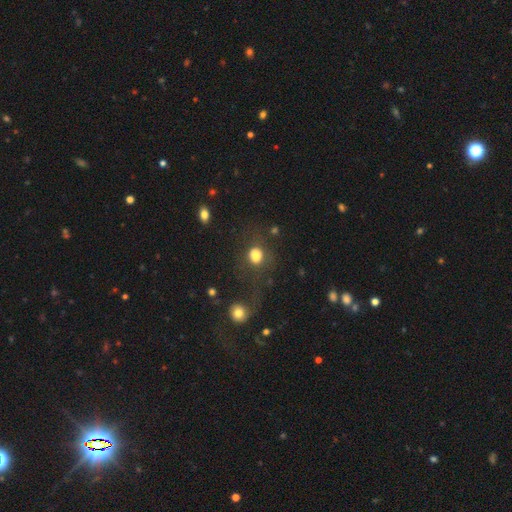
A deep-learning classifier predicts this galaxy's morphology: smooth 79%, star or artifact 12%, featured or disk 9%. Down the decision tree: how rounded — round (67%); merging — none (61%).